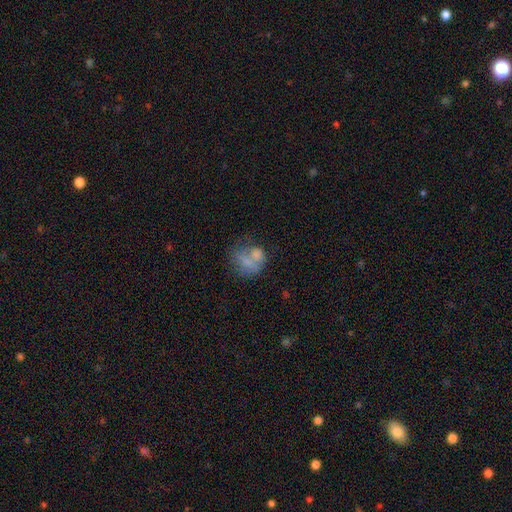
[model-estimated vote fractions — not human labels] Morphology: type=smooth (57%); roundness=round (57%); merging=none (34%).